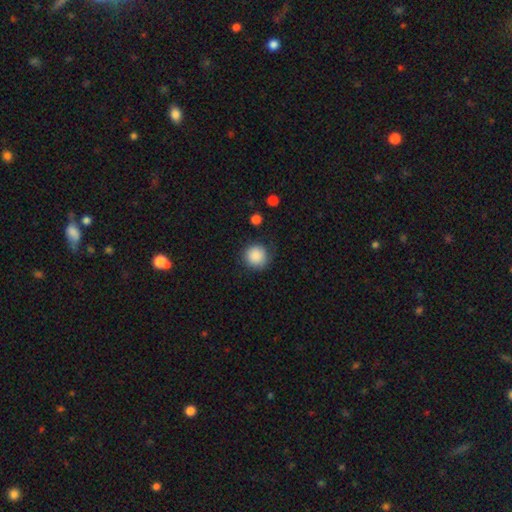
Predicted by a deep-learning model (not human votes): A smooth galaxy with no disk features (88%) that is round (94%). Merging: none (83%).